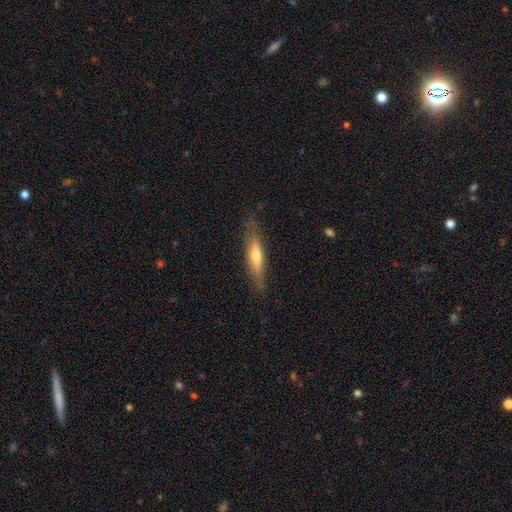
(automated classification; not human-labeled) The model was most divided on "smooth or featured" (2-way tie): smooth: 47%, featured or disk: 47%, star or artifact: 6%. More confident: merging — none (82%).